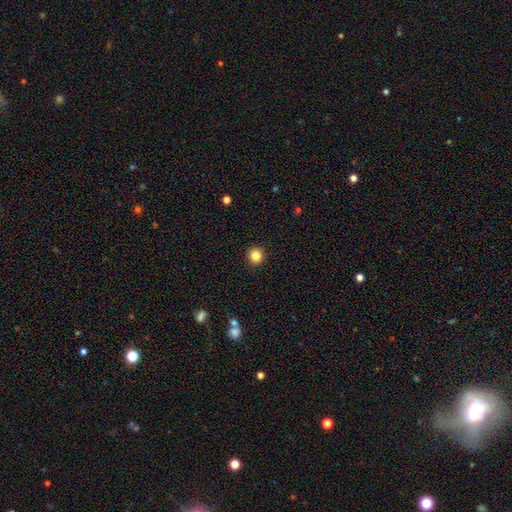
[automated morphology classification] A smooth galaxy with no disk features (84%) that is round (93%).

Vote fractions:
- Smooth or featured? smooth: 84% / star or artifact: 11% / featured or disk: 5%
- How rounded? round: 93% / in between: 6% / cigar-shaped: 1%
- Merging? none: 93% / minor disturbance: 4% / major disturbance: 2% / merger: 1%